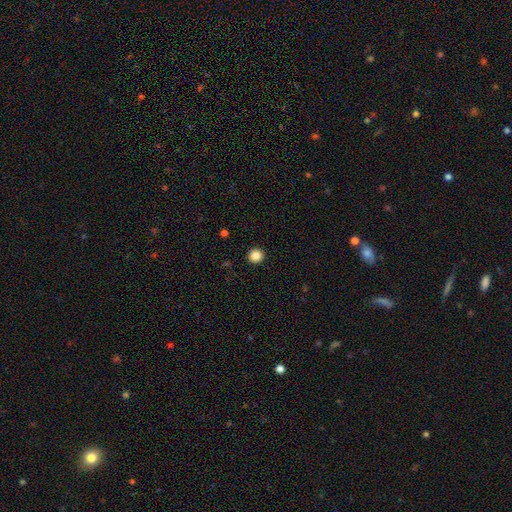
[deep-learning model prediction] Smooth or featured: smooth — 86% (star or artifact — 11%)
How rounded: round — 95% (in between — 4%)
Merging: none — 94% (minor disturbance — 4%)